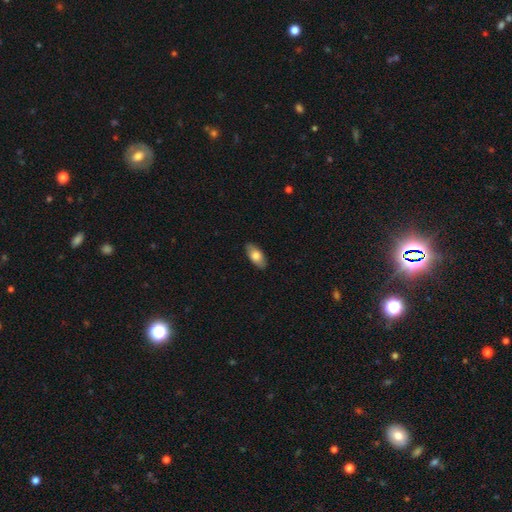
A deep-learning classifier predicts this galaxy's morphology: This is likely a smooth galaxy (75%). How rounded: clearly in between (91%). Merging: clearly none (88%).